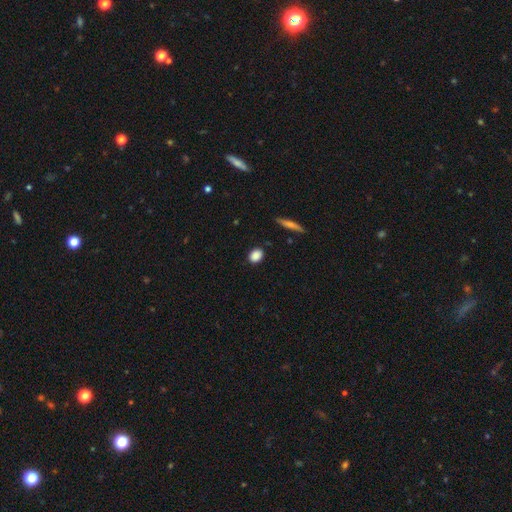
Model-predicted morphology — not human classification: smooth 88%, star or artifact 8%, featured or disk 4%. Down the decision tree: how rounded — in between (57%); merging — none (87%).